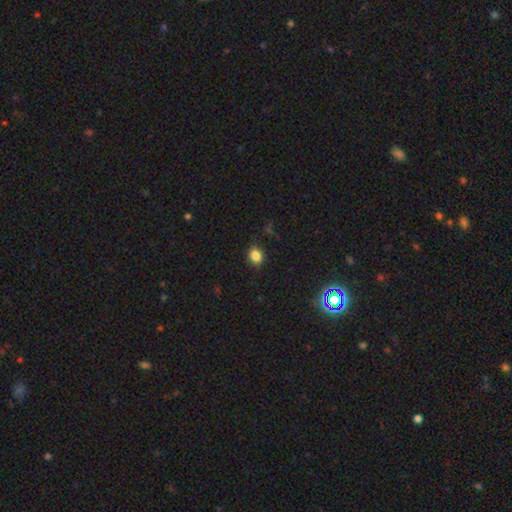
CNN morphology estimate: Overall: smooth (85%). How rounded: round (56%; in between 43%). Merging: none (88%).